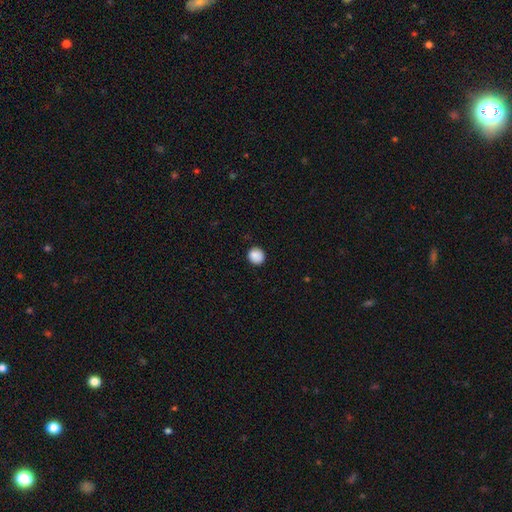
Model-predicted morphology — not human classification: smooth_or_featured: smooth (p=0.89) [alt: star or artifact p=0.09]
how_rounded: round (p=0.88) [alt: in between p=0.11]
merging: none (p=0.90) [alt: minor disturbance p=0.07]